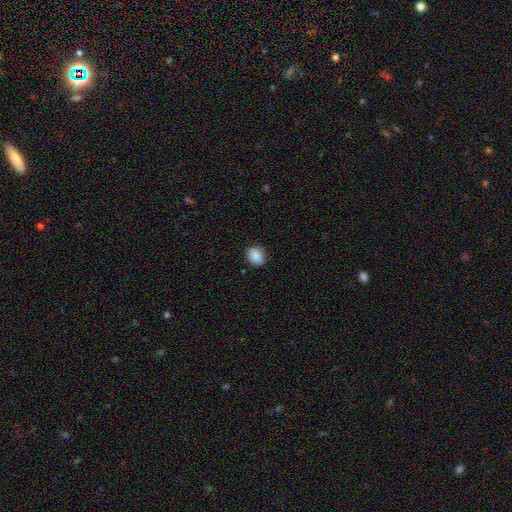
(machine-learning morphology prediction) Smooth or featured? Predicted: smooth (p=0.86). How rounded? Predicted: round (p=0.62). Merging? Predicted: none (p=0.85).